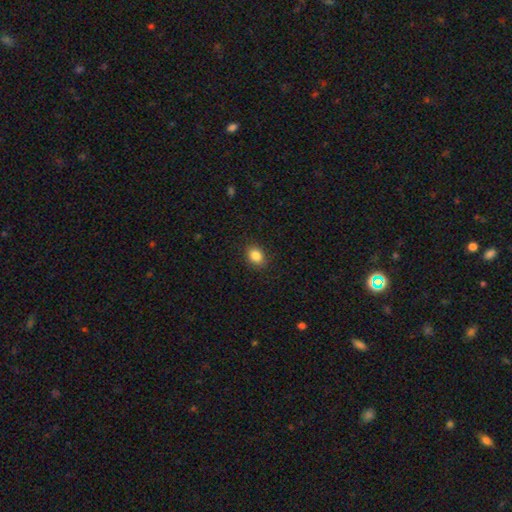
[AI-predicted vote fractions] Smooth or featured?
  - smooth: 85% *
  - star or artifact: 10%
  - featured or disk: 5%
How rounded?
  - in between: 56% *
  - round: 43%
  - cigar-shaped: 1%
Merging?
  - none: 89% *
  - minor disturbance: 8%
  - major disturbance: 2%
  - merger: 1%